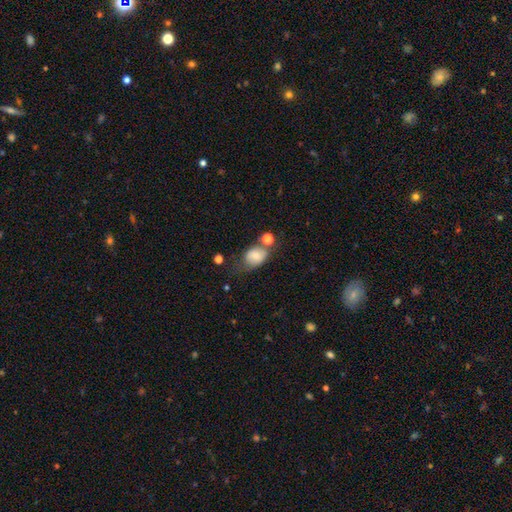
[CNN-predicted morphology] The model was most divided on "merging": none: 43%, minor disturbance: 25%, merger: 18%, major disturbance: 14%. More confident: how rounded — in between (73%); smooth or featured — smooth (73%).